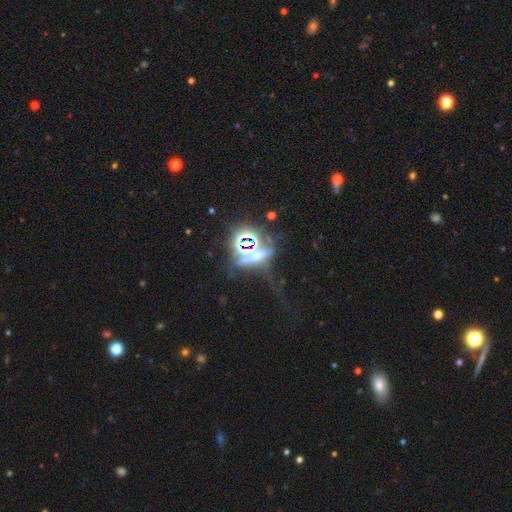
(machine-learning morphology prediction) A star or artifact, not a galaxy (59%).